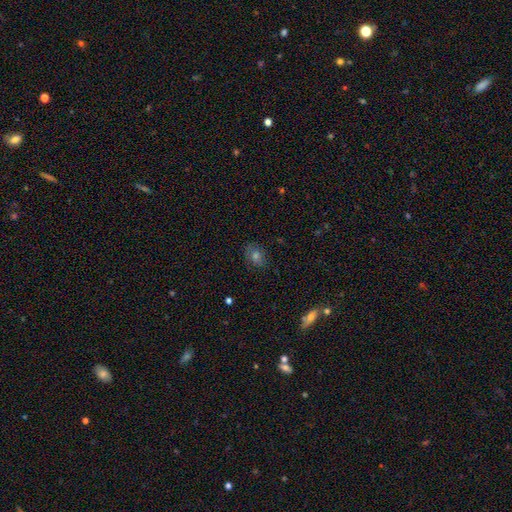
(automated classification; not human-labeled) Smooth or featured? smooth (60%)
How rounded? in between (53%)
Merging? none (83%)